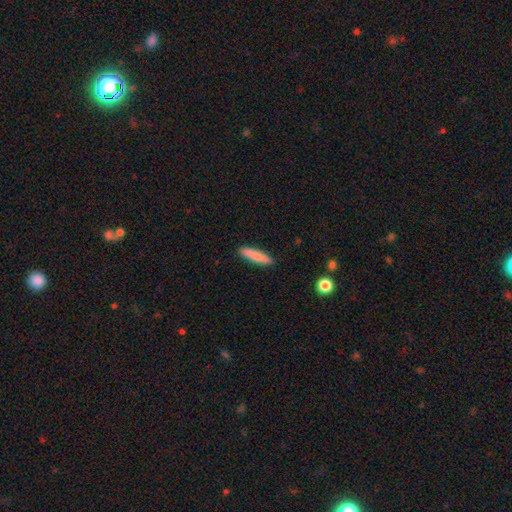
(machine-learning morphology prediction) Smooth or featured? Predicted: smooth (p=0.83). How rounded? Predicted: cigar-shaped (p=0.84). Merging? Predicted: none (p=0.90).